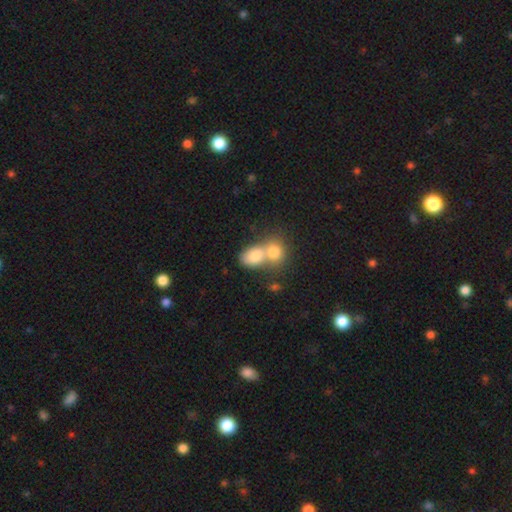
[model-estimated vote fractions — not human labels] Overall: smooth (78%). How rounded: in between (67%; round 31%). Merging: merger (69%).